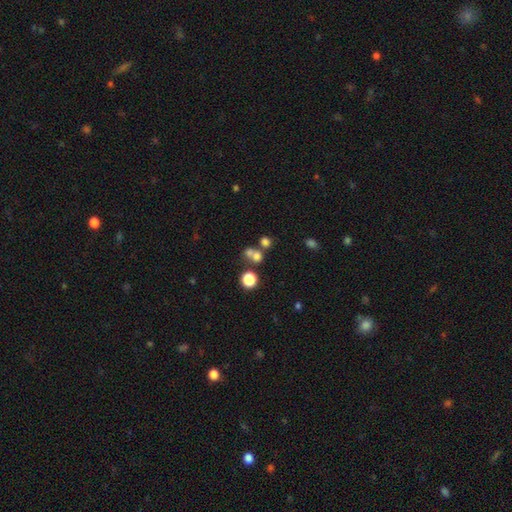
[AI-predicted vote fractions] A smooth galaxy with no disk features (66%) that is round (79%). Merging: none (44%, tied with merger).